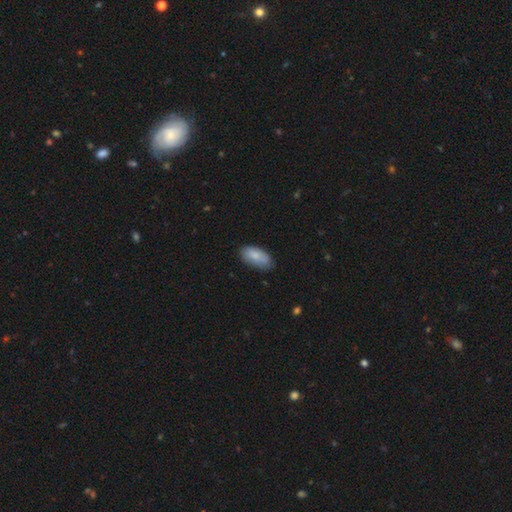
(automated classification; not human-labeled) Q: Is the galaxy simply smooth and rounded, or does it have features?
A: smooth — 82%.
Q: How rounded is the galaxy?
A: in between — 93%.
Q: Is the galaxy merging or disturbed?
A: none — 71%.